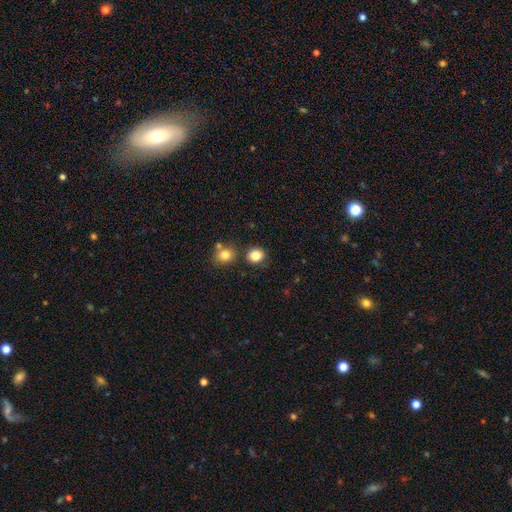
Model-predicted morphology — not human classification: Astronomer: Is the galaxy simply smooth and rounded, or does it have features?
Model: smooth — 84%.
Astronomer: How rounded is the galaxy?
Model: round — 72%.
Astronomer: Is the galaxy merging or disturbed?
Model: none — 79%.